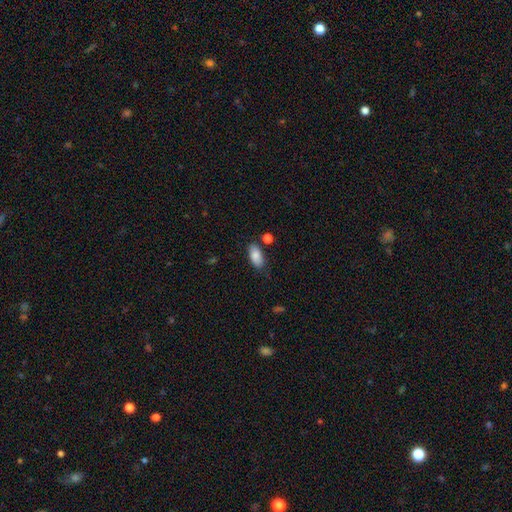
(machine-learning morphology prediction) smooth-or-featured: smooth: 85% | featured or disk: 8% | star or artifact: 7%
  how-rounded: in between: 92% | cigar-shaped: 5% | round: 3%
  merging: none: 77% | minor disturbance: 15% | merger: 4% | major disturbance: 3%